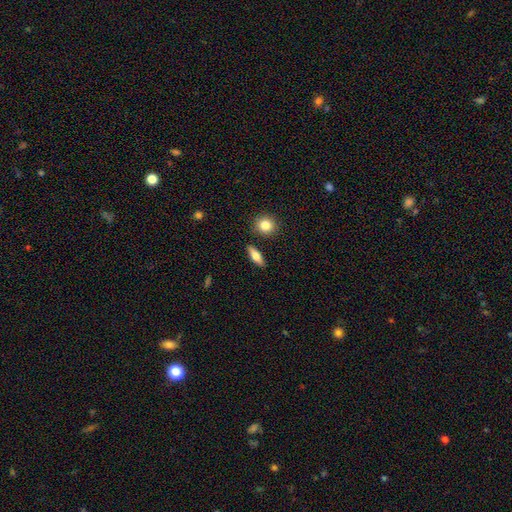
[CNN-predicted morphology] smooth 67%, featured or disk 26%, star or artifact 7%. Down the decision tree: how rounded — in between (60%); merging — none (86%).